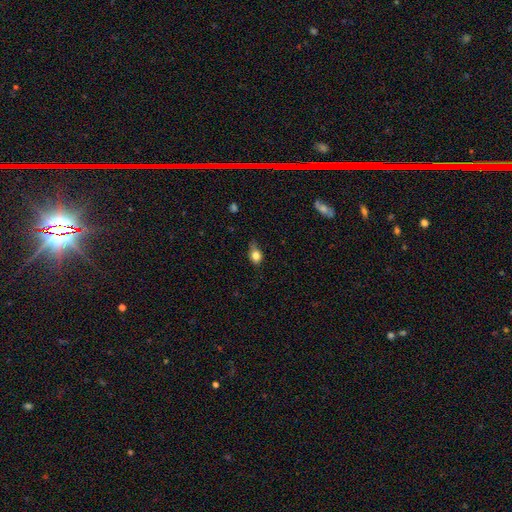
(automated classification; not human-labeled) Smooth or featured?
  - smooth: 81% *
  - featured or disk: 10%
  - star or artifact: 10%
How rounded?
  - in between: 52% *
  - round: 46%
  - cigar-shaped: 2%
Merging?
  - none: 51% *
  - minor disturbance: 37%
  - major disturbance: 10%
  - merger: 2%